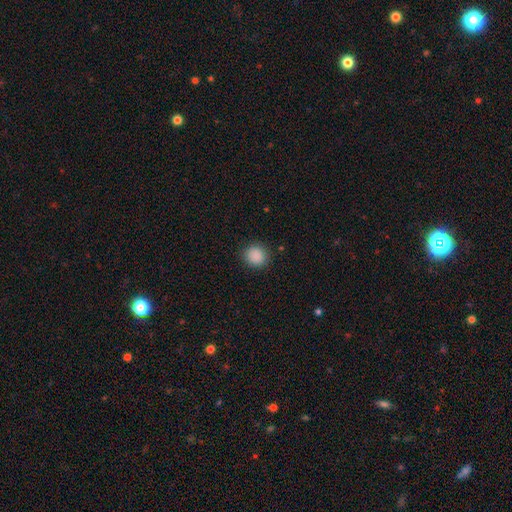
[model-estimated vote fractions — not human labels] A smooth galaxy with no disk features (88%) that is round (89%). Merging: none (90%).